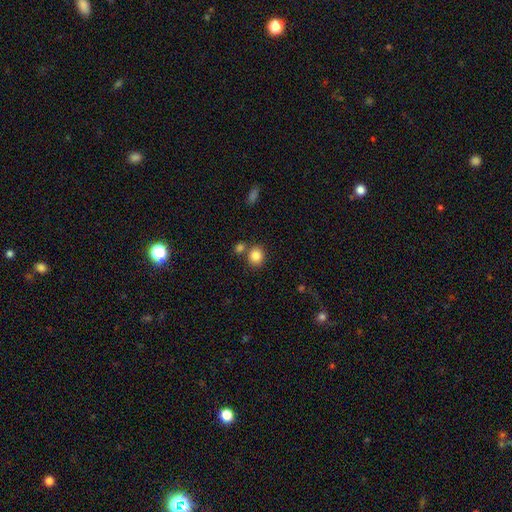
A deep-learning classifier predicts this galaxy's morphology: Smooth or featured: smooth — 85% (star or artifact — 10%)
How rounded: round — 78% (in between — 22%)
Merging: none — 71% (merger — 17%)